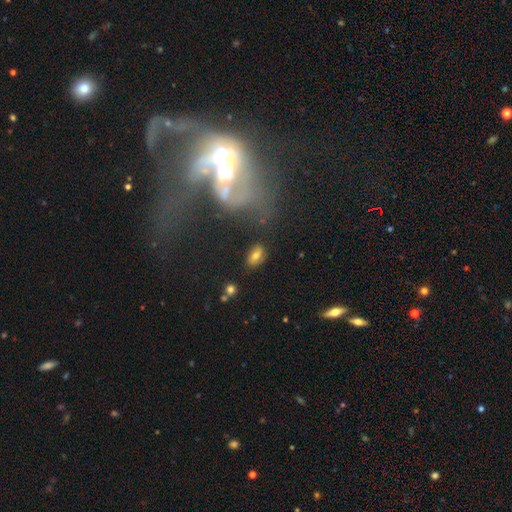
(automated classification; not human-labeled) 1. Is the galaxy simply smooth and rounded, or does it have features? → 65% smooth, 21% featured or disk, 13% star or artifact.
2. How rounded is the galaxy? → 86% in between, 11% round, 3% cigar-shaped.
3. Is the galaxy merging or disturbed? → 76% none, 14% minor disturbance, 5% major disturbance, 4% merger.